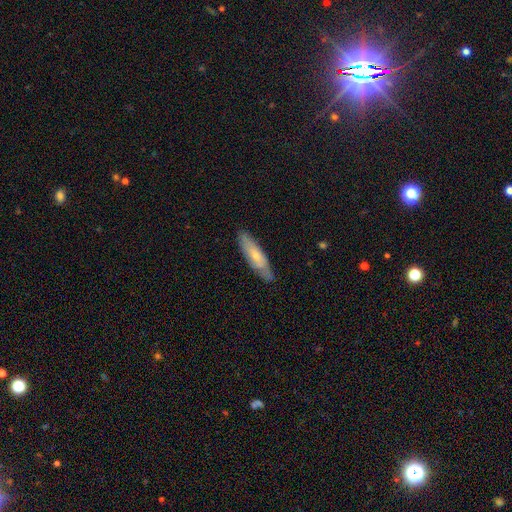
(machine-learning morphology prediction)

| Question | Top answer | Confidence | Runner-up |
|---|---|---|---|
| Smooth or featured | smooth | 55% | featured or disk (39%) |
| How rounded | cigar-shaped | 60% | in between (38%) |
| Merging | none | 77% | minor disturbance (19%) |